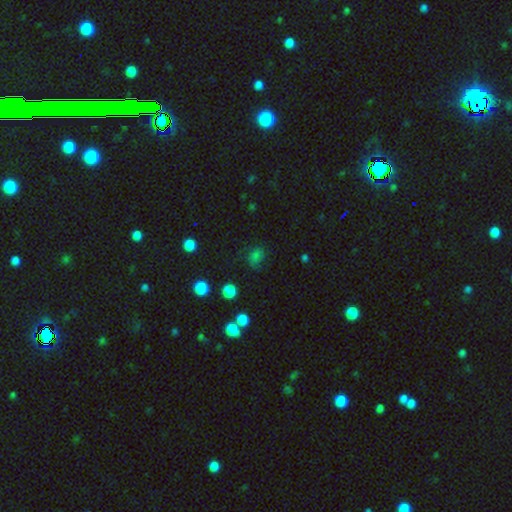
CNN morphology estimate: smooth-or-featured: smooth: 62% | star or artifact: 29% | featured or disk: 9%
  how-rounded: in between: 51% | round: 47% | cigar-shaped: 2%
  merging: none: 64% | minor disturbance: 22% | major disturbance: 11% | merger: 3%